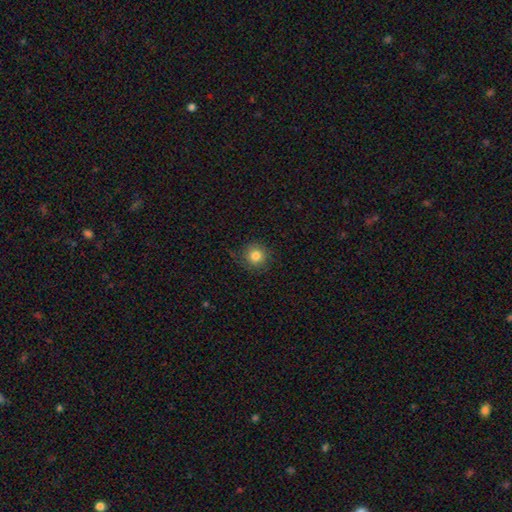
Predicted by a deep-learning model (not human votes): Morphology: type=smooth (81%); roundness=round (92%); merging=none (82%).